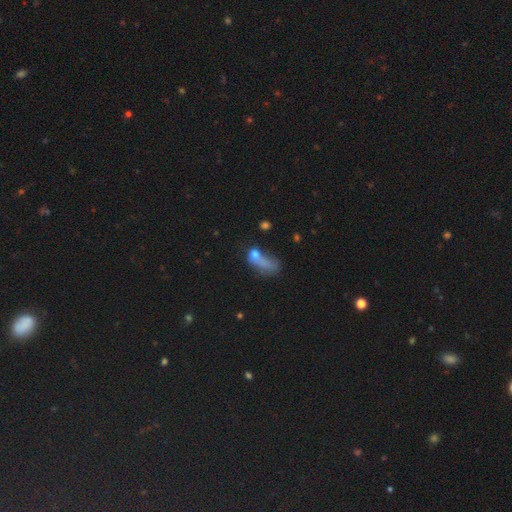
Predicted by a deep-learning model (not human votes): smooth_or_featured: smooth (p=0.62) [alt: featured or disk p=0.23]
how_rounded: in between (p=0.69) [alt: round p=0.17]
merging: major disturbance (p=0.38) [alt: merger p=0.27]